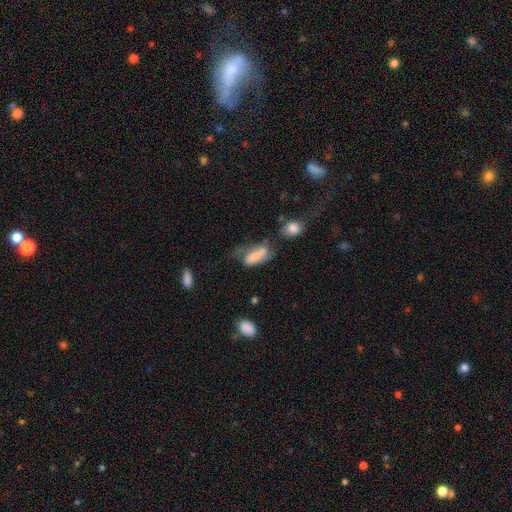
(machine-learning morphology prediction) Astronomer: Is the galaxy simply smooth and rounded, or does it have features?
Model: smooth — 55% (runner-up: featured or disk, 36%).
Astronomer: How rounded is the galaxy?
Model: in between — 80%.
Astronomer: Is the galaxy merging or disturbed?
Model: major disturbance — 34% (runner-up: none, 28%).